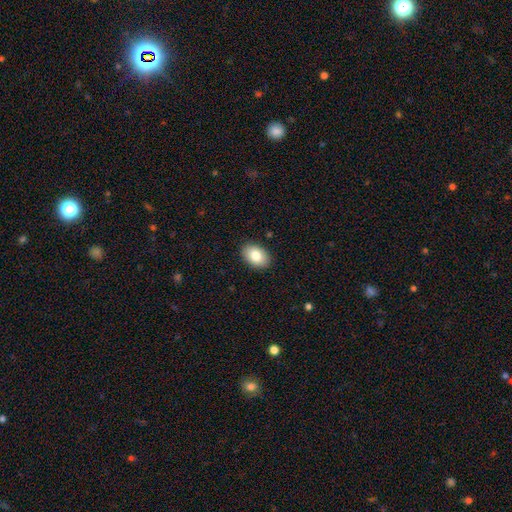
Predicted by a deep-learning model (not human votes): smooth_or_featured: smooth (p=0.84) [alt: featured or disk p=0.09]
how_rounded: in between (p=0.85) [alt: round p=0.14]
merging: none (p=0.89) [alt: minor disturbance p=0.08]